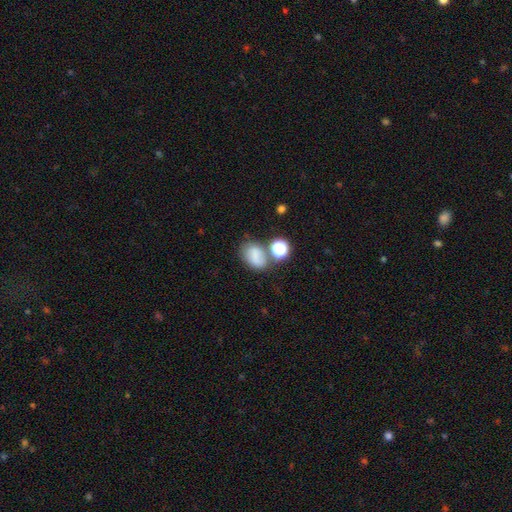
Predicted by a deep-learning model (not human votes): smooth 73%, star or artifact 15%, featured or disk 12%. Down the decision tree: how rounded — in between (71%); merging — none (55%).